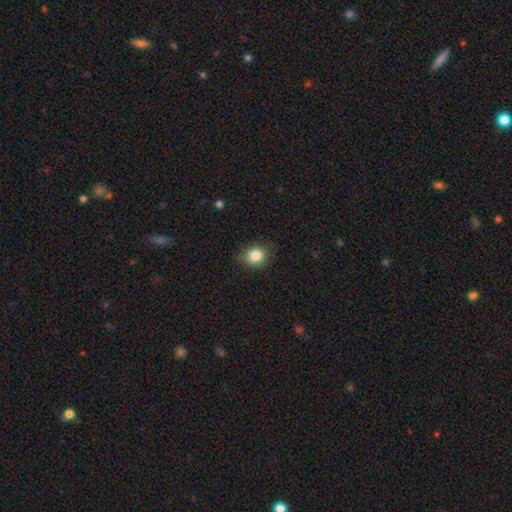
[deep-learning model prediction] The model was most divided on "how rounded": round: 75%, in between: 24%, cigar-shaped: 1%. More confident: smooth or featured — smooth (84%); merging — none (82%).